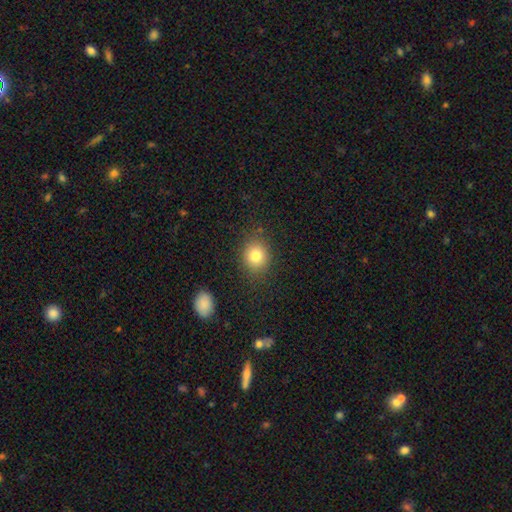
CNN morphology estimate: smooth-or-featured: smooth: 81% | star or artifact: 12% | featured or disk: 8%
  how-rounded: round: 72% | in between: 27% | cigar-shaped: 1%
  merging: none: 85% | minor disturbance: 10% | major disturbance: 3% | merger: 2%